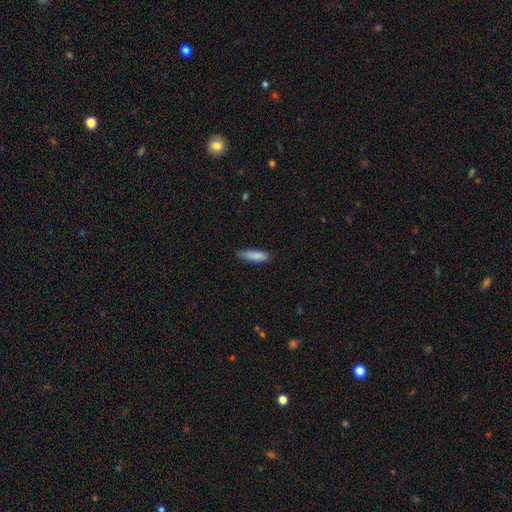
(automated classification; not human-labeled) Smooth or featured? Predicted: smooth (p=0.86). How rounded? Predicted: cigar-shaped (p=0.57). Merging? Predicted: none (p=0.72).